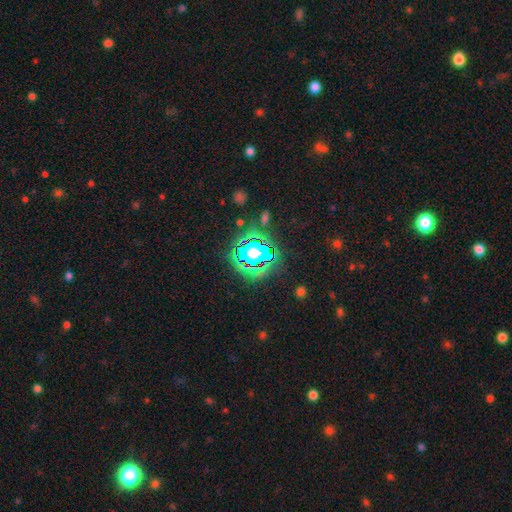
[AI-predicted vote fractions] smooth-or-featured: star or artifact: 80% | smooth: 12% | featured or disk: 8%